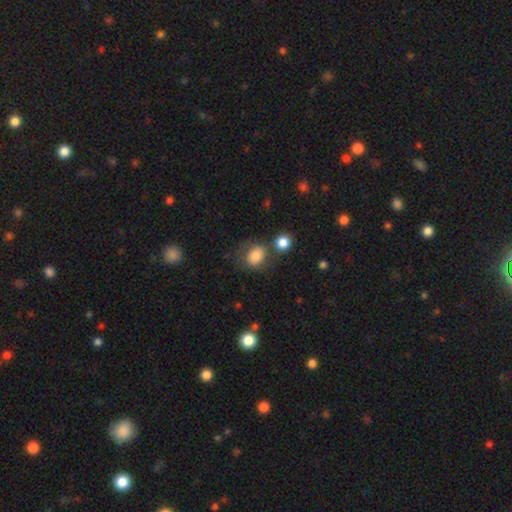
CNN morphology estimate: Overall: smooth (79%). How rounded: round (51%; in between 48%). Merging: none (52%; merger 19%).